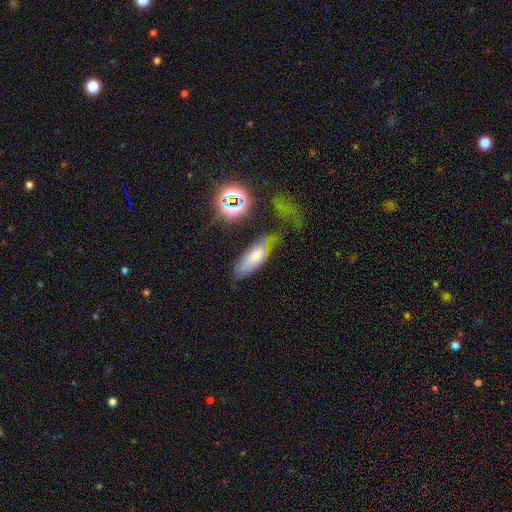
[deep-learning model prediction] Q: Smooth or featured?
A: smooth (57%); runner-up: featured or disk (24%)
Q: How rounded?
A: in between (65%); runner-up: cigar-shaped (31%)
Q: Merging?
A: none (45%); runner-up: minor disturbance (29%)